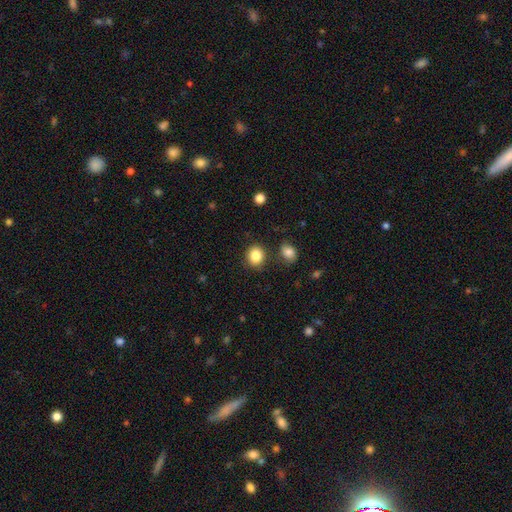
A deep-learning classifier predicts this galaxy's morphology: smooth-or-featured: smooth: 86% | star or artifact: 10% | featured or disk: 5%
  how-rounded: round: 76% | in between: 23% | cigar-shaped: 1%
  merging: none: 83% | minor disturbance: 10% | merger: 5% | major disturbance: 3%